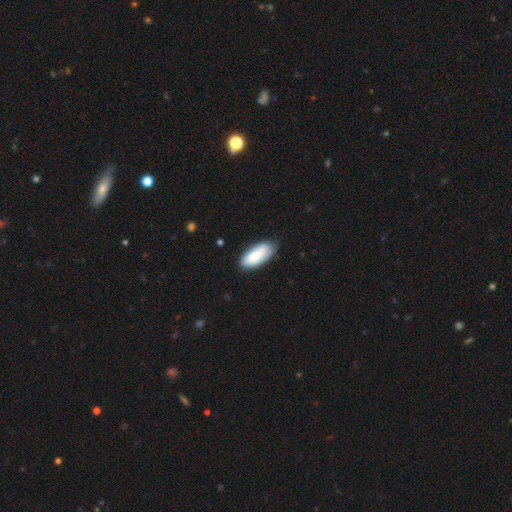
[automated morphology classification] The model was most divided on "merging": none: 74%, minor disturbance: 21%, major disturbance: 3%, merger: 1%. More confident: how rounded — in between (88%); smooth or featured — smooth (79%).